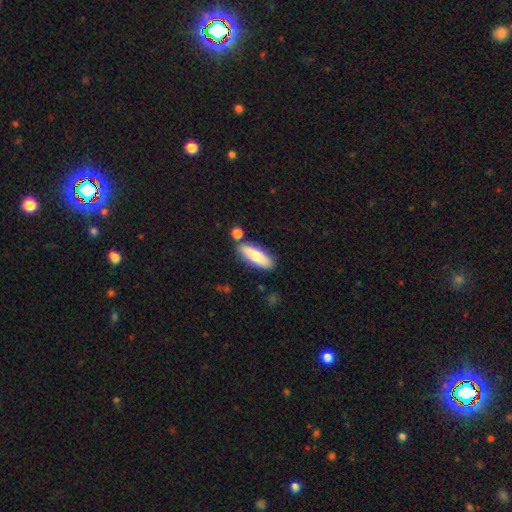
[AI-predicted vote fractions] smooth 74%, featured or disk 20%, star or artifact 6%. Down the decision tree: how rounded — in between (61%); merging — none (75%).